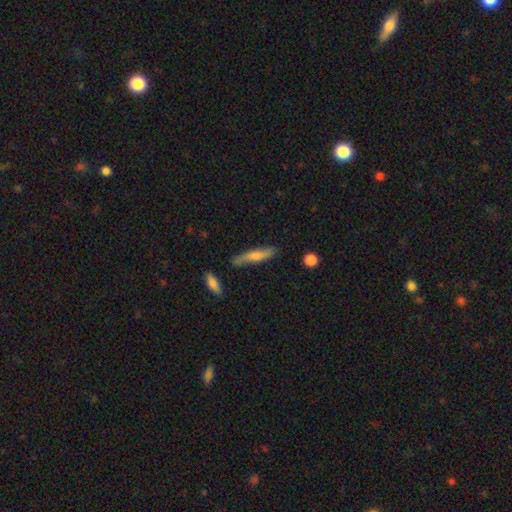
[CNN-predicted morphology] This is likely a smooth galaxy (64%). How rounded: clearly cigar-shaped (85%). Merging: likely none (76%).